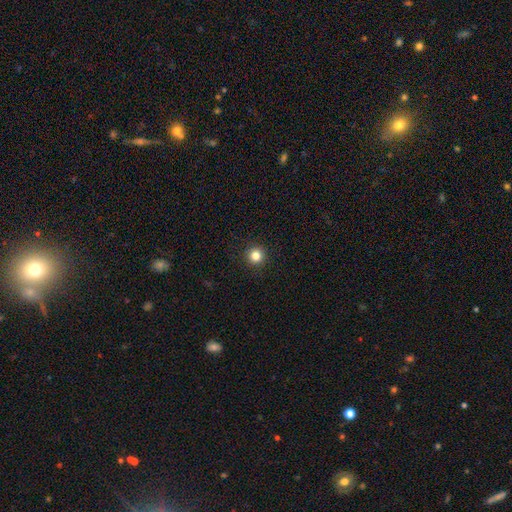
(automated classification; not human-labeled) smooth 83%, star or artifact 13%, featured or disk 5%. Down the decision tree: how rounded — round (96%); merging — none (94%).